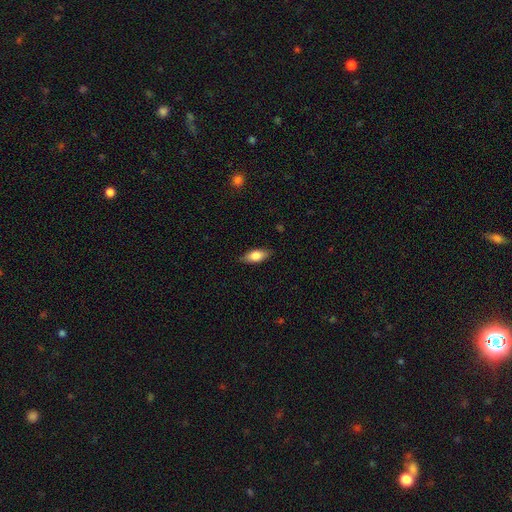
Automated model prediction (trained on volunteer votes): smooth_or_featured: smooth (p=0.78) [alt: featured or disk p=0.16]
how_rounded: in between (p=0.84) [alt: cigar-shaped p=0.13]
merging: none (p=0.85) [alt: minor disturbance p=0.12]